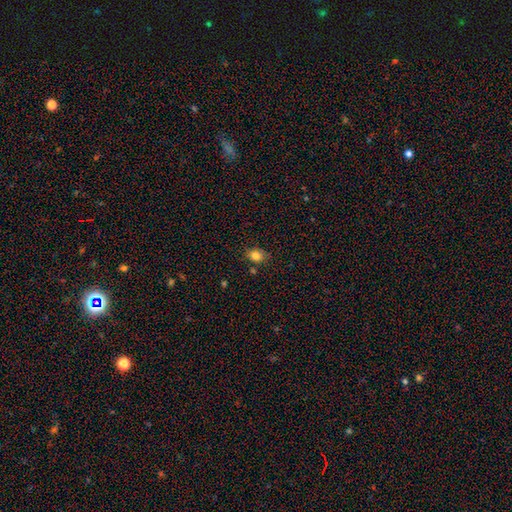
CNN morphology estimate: Smooth or featured?
  - smooth: 81% *
  - star or artifact: 12%
  - featured or disk: 7%
How rounded?
  - round: 54% *
  - in between: 45%
  - cigar-shaped: 1%
Merging?
  - none: 77% *
  - minor disturbance: 15%
  - merger: 4%
  - major disturbance: 3%